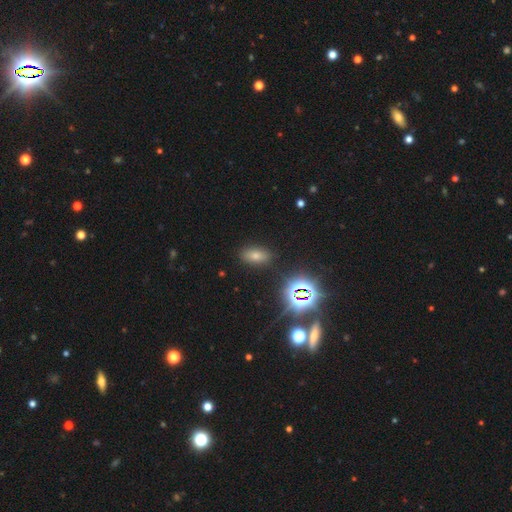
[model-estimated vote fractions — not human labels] A smooth galaxy with no disk features (49%).

Vote fractions:
- Smooth or featured? smooth: 49% / star or artifact: 39% / featured or disk: 12%
- Merging? none: 87% / minor disturbance: 8% / major disturbance: 3% / merger: 2%